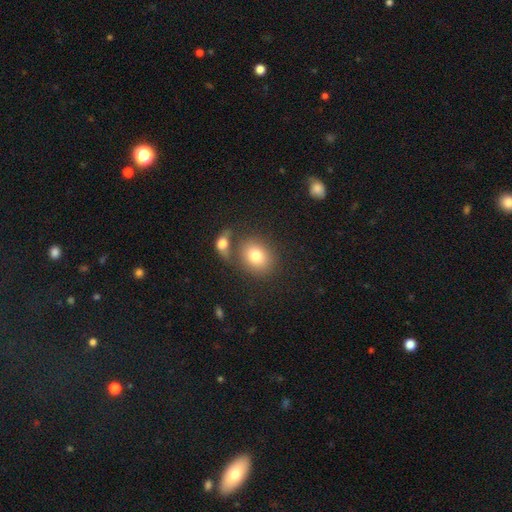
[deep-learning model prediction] Smooth or featured: smooth — 79% (featured or disk — 12%)
How rounded: in between — 51% (round — 48%)
Merging: none — 60% (merger — 24%)